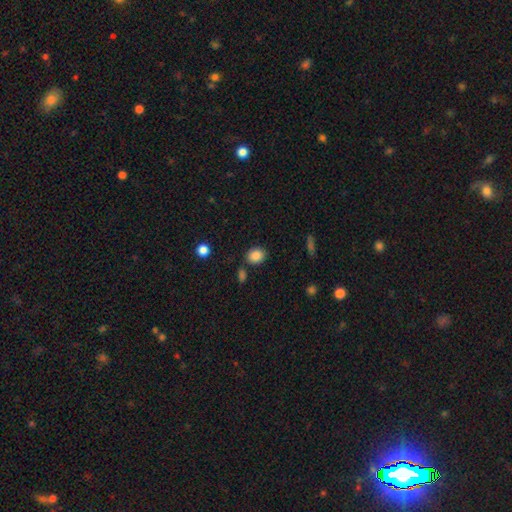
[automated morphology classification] smooth-or-featured: smooth: 86% | star or artifact: 9% | featured or disk: 5%
  how-rounded: round: 55% | in between: 44% | cigar-shaped: 1%
  merging: none: 81% | minor disturbance: 10% | merger: 6% | major disturbance: 3%